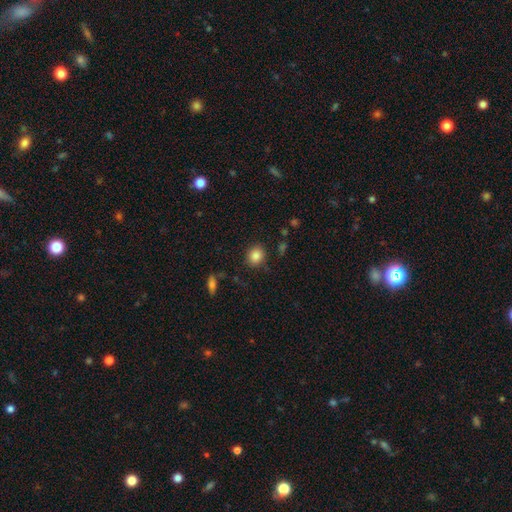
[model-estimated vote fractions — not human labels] The model was most divided on "how rounded": round: 71%, in between: 28%, cigar-shaped: 1%. More confident: merging — none (86%); smooth or featured — smooth (85%).